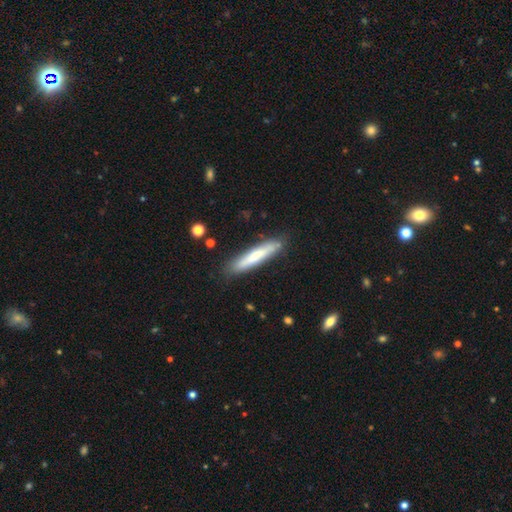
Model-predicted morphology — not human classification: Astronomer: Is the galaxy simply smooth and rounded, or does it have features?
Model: smooth — 66%.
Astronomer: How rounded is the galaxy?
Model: cigar-shaped — 90%.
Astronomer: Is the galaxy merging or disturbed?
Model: none — 85%.